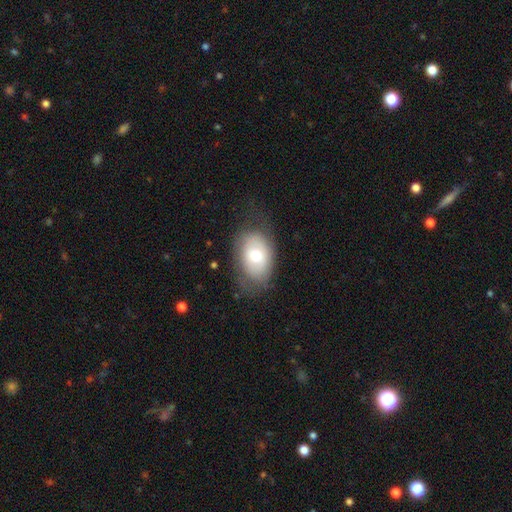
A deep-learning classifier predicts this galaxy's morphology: Overall: smooth (65%; featured or disk 27%). How rounded: in between (83%). Merging: none (66%).